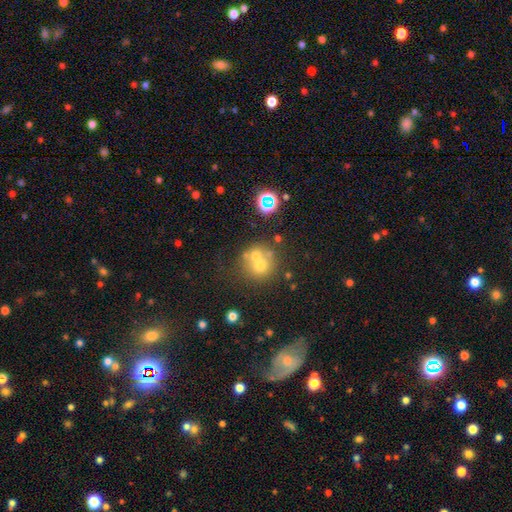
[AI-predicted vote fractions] Smooth or featured?
  - smooth: 58% *
  - featured or disk: 25%
  - star or artifact: 18%
How rounded?
  - round: 86% *
  - in between: 13%
  - cigar-shaped: 1%
Merging?
  - merger: 44% *
  - none: 43%
  - minor disturbance: 8%
  - major disturbance: 5%